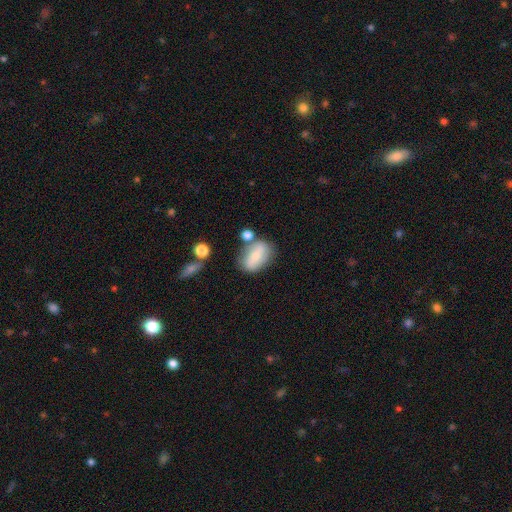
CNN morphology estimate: Smooth or featured? Predicted: smooth (p=0.61). How rounded? Predicted: in between (p=0.82). Merging? Predicted: none (p=0.61).